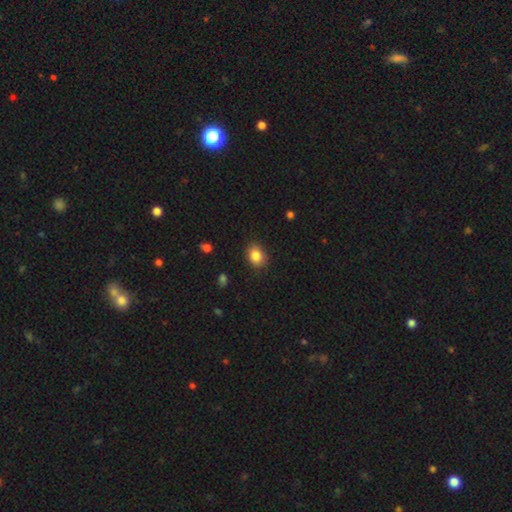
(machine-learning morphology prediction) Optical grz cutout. It shows a smooth galaxy with no disk features (85%) that is in between round and cigar-shaped (59%). Merging: none (85%).